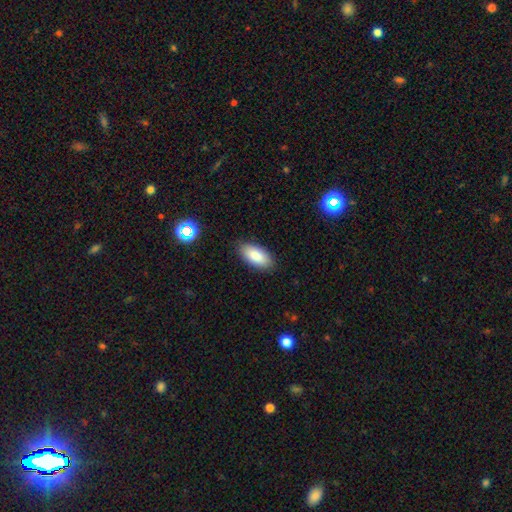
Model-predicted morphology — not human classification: smooth_or_featured: smooth (p=0.87) [alt: star or artifact p=0.07]
how_rounded: in between (p=0.93) [alt: cigar-shaped p=0.05]
merging: none (p=0.86) [alt: minor disturbance p=0.10]